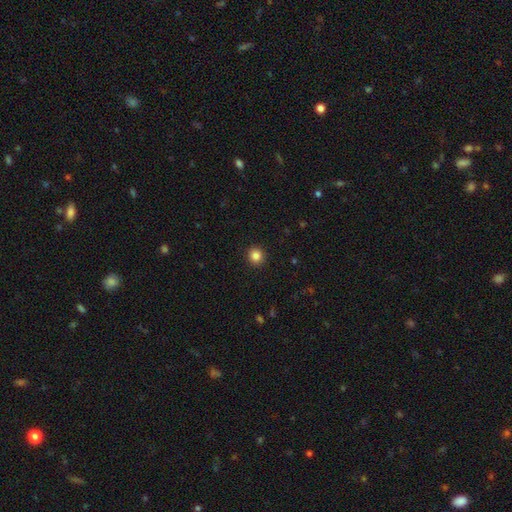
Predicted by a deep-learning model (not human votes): Q: Smooth or featured?
A: smooth (85%); runner-up: star or artifact (11%)
Q: How rounded?
A: round (91%); runner-up: in between (8%)
Q: Merging?
A: none (93%); runner-up: minor disturbance (5%)